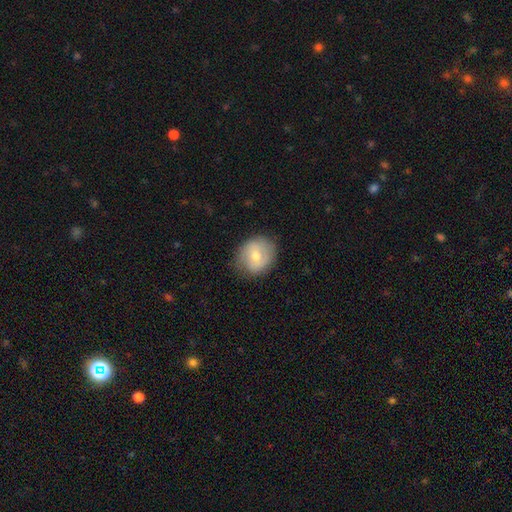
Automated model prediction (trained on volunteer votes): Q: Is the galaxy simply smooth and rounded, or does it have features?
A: smooth — 56%.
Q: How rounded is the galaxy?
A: round — 70%.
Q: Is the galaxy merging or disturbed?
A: none — 77%.